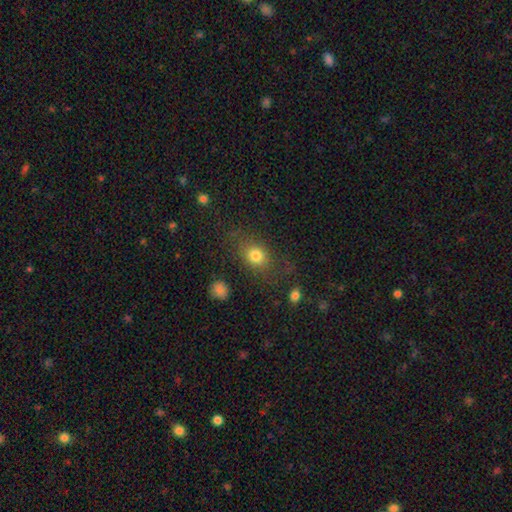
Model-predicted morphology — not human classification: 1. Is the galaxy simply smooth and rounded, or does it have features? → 78% smooth, 12% star or artifact, 10% featured or disk.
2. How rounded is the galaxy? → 49% round, 48% in between, 3% cigar-shaped.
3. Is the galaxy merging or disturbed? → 70% none, 16% minor disturbance, 10% major disturbance, 4% merger.